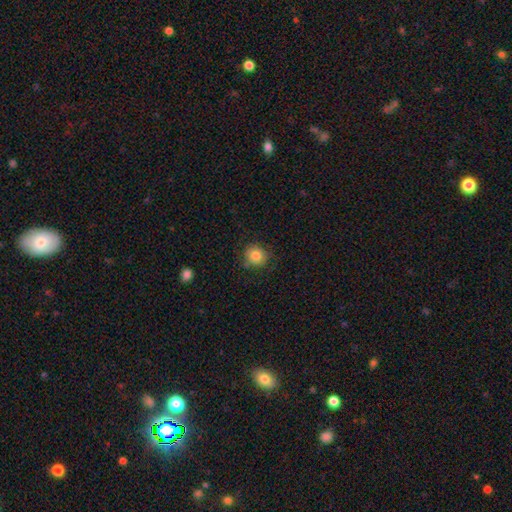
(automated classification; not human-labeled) Smooth or featured? Predicted: smooth (p=0.82). How rounded? Predicted: round (p=0.84). Merging? Predicted: none (p=0.78).